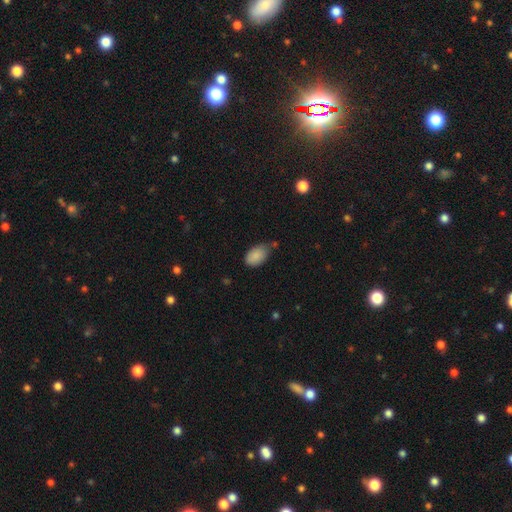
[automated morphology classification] Smooth or featured? Predicted: smooth (p=0.88). How rounded? Predicted: in between (p=0.91). Merging? Predicted: none (p=0.54).